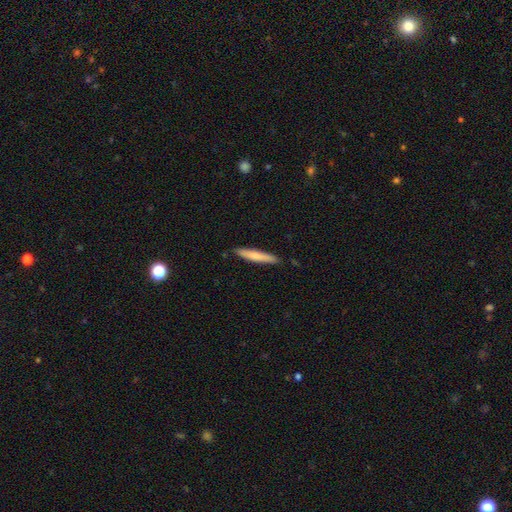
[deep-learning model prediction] This appears to be a smooth galaxy with no disk features (70%) that is cigar-shaped (94%). Merging: none (89%).